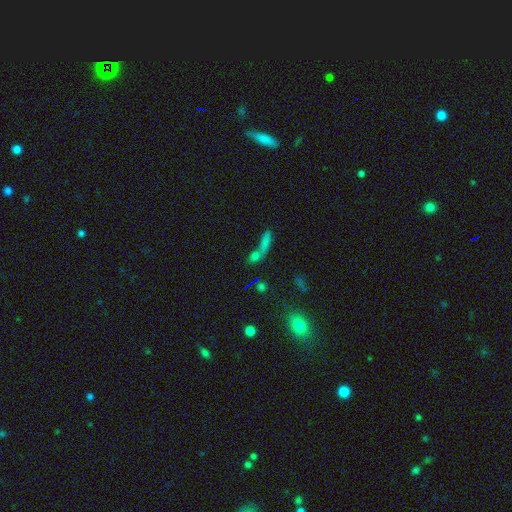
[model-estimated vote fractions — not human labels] smooth-or-featured: smooth: 62% | star or artifact: 22% | featured or disk: 17%
  how-rounded: in between: 41% | cigar-shaped: 39% | round: 20%
  merging: merger: 52% | none: 32% | minor disturbance: 8% | major disturbance: 8%